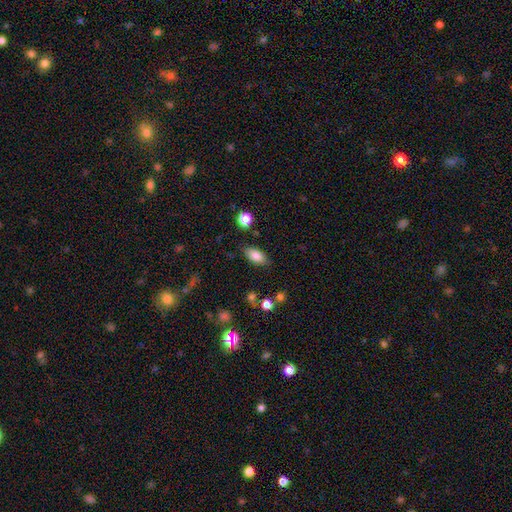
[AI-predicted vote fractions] Smooth or featured?
  - smooth: 83% *
  - featured or disk: 9%
  - star or artifact: 8%
How rounded?
  - in between: 90% *
  - cigar-shaped: 6%
  - round: 4%
Merging?
  - none: 83% *
  - minor disturbance: 12%
  - major disturbance: 3%
  - merger: 2%